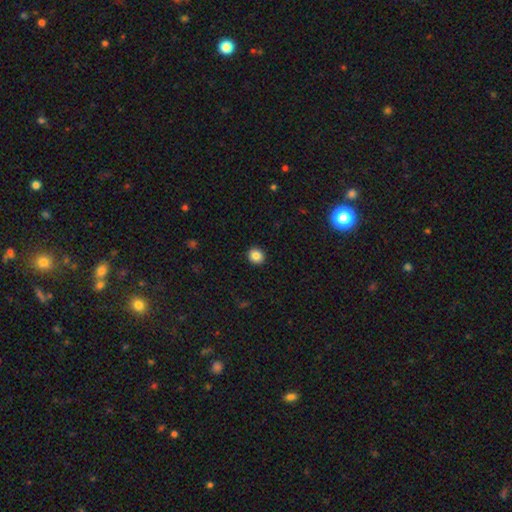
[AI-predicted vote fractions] Smooth or featured: smooth — 85% (star or artifact — 10%)
How rounded: round — 87% (in between — 12%)
Merging: none — 92% (minor disturbance — 5%)